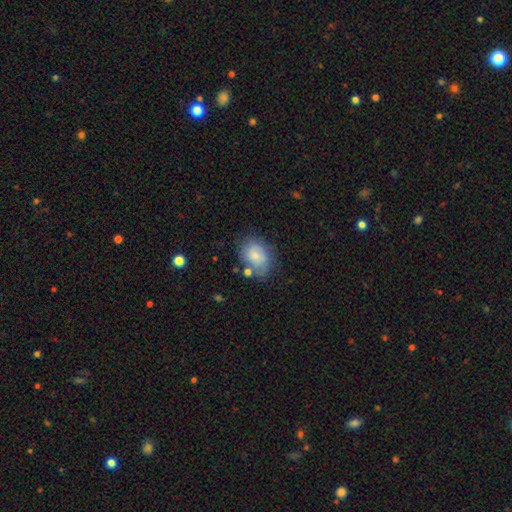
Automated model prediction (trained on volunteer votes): The model was most divided on "how rounded": in between: 66%, round: 33%, cigar-shaped: 1%. More confident: smooth or featured — smooth (64%); merging — none (59%).